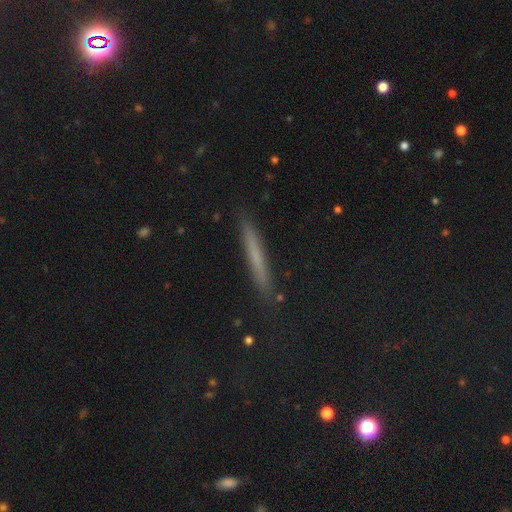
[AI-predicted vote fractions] Smooth or featured?
  - smooth: 59% *
  - featured or disk: 28%
  - star or artifact: 13%
How rounded?
  - cigar-shaped: 96% *
  - in between: 3%
  - round: 2%
Merging?
  - none: 88% *
  - minor disturbance: 9%
  - major disturbance: 2%
  - merger: 1%